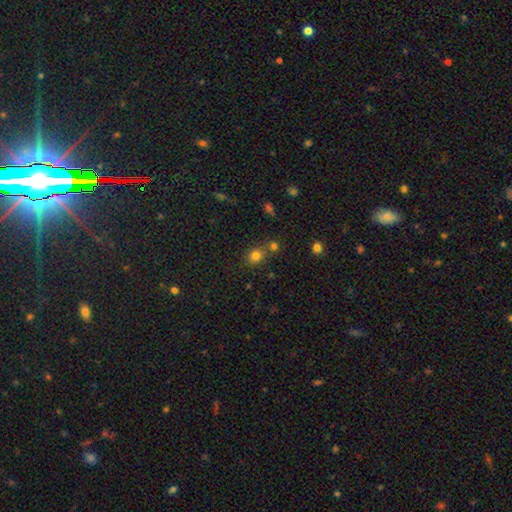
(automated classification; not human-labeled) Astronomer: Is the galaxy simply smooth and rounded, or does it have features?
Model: smooth — 78%.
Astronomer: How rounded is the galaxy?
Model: round — 71%.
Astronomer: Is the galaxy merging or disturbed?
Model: none — 64%.